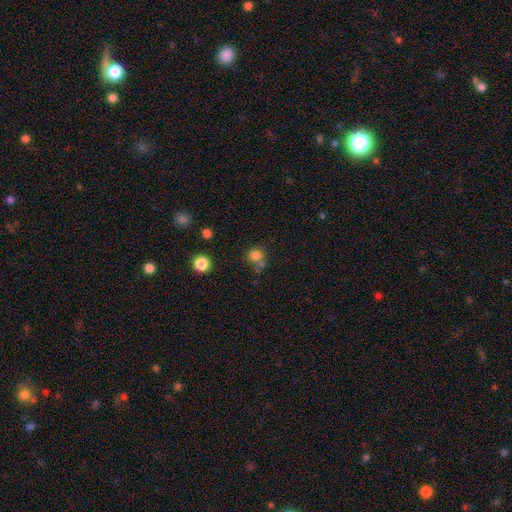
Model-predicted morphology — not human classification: Overall: smooth (78%). How rounded: round (87%). Merging: none (60%; merger 21%).